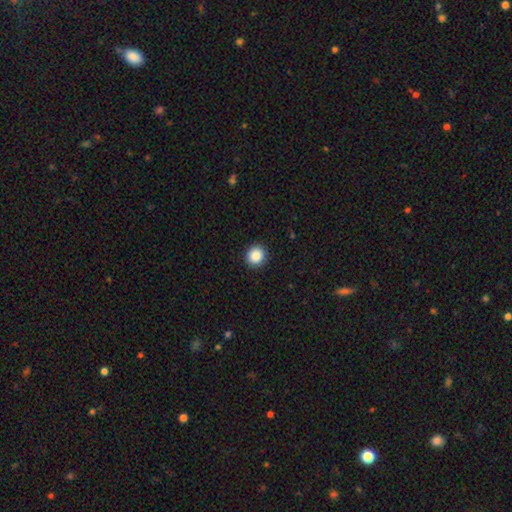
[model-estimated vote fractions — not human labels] Smooth or featured: smooth — 88% (star or artifact — 9%)
How rounded: round — 91% (in between — 8%)
Merging: none — 93% (minor disturbance — 5%)